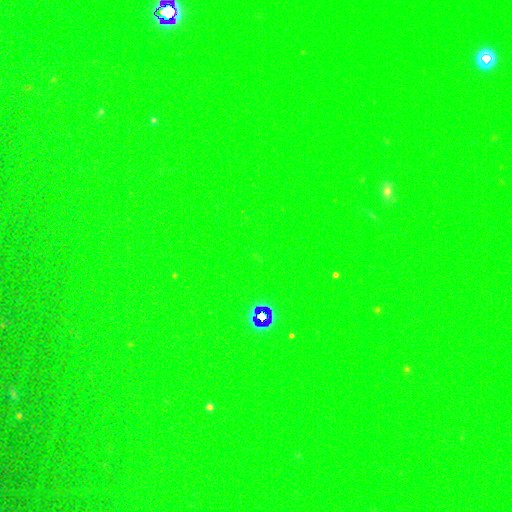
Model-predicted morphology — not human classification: This is likely a star or artifact rather than a galaxy (73%).